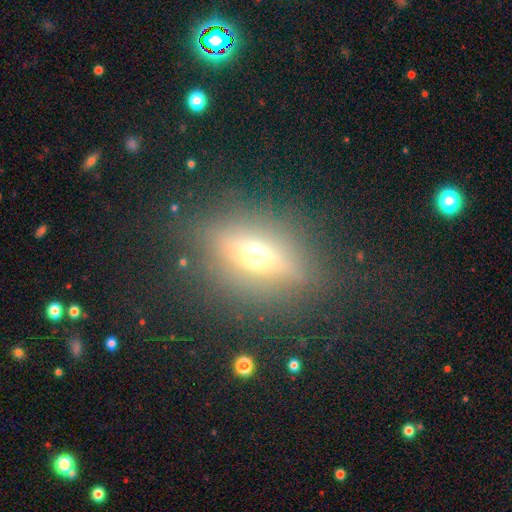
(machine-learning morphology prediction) This appears to be a featured or disk galaxy (49%). Merging: none (80%).